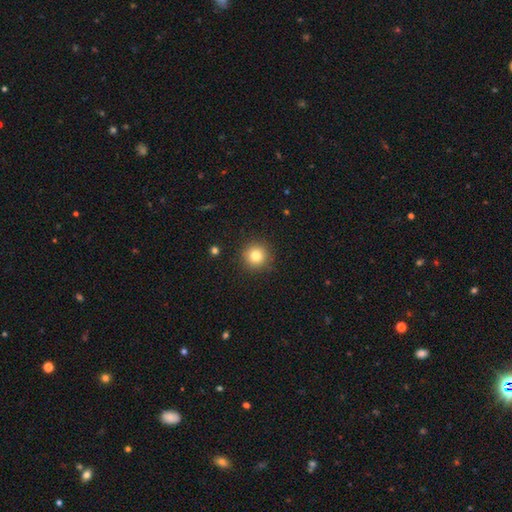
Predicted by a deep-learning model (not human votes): Overall: smooth (80%). How rounded: round (95%). Merging: none (91%).